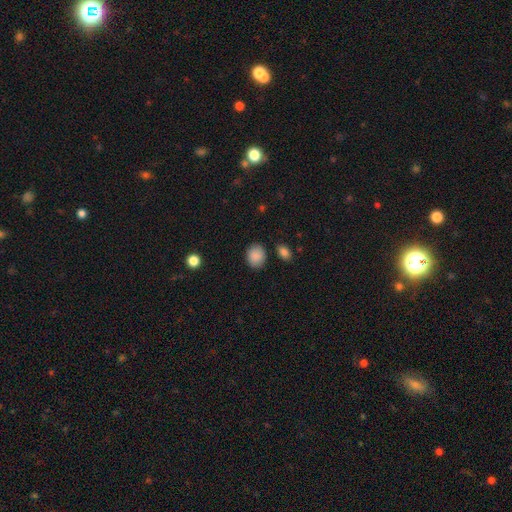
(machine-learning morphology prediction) Overall: smooth (88%). How rounded: round (56%; in between 43%). Merging: none (84%).